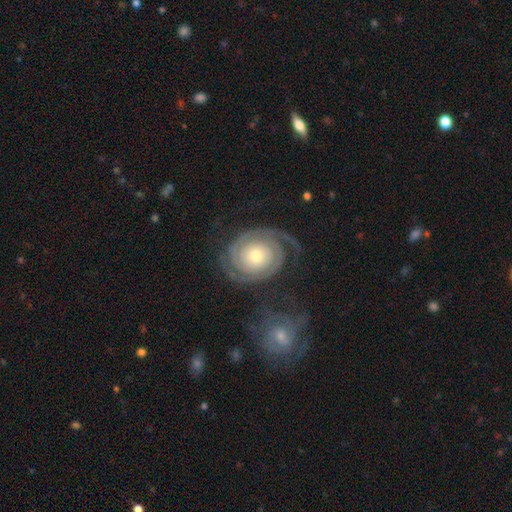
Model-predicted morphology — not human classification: Smooth or featured? Predicted: featured or disk (p=0.90). Edge-on disk? Predicted: no (p=0.98). Bar? Predicted: no (p=0.79). Spiral arms? Predicted: yes (p=0.98). Spiral winding? Predicted: tight (p=0.80). Spiral arm count? Predicted: 2 (p=0.78). Bulge size? Predicted: moderate (p=0.58). Merging? Predicted: none (p=0.74).